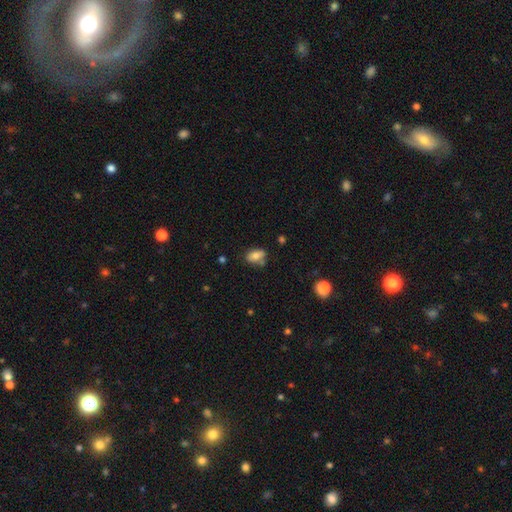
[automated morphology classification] This appears to be a smooth galaxy with no disk features (76%) that is in between round and cigar-shaped (85%). Merging: none (63%).